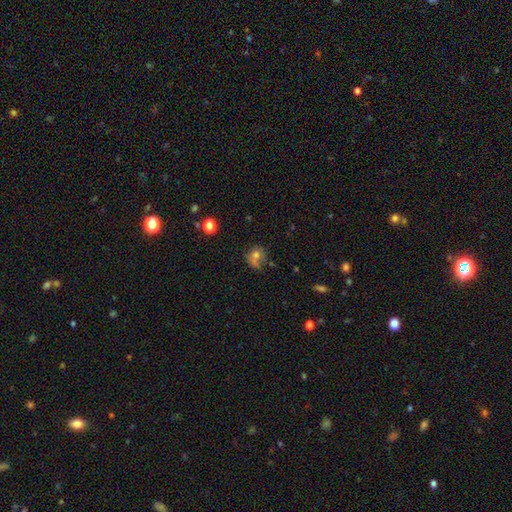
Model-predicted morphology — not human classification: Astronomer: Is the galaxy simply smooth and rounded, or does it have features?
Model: smooth — 63%.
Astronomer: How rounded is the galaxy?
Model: round — 70%.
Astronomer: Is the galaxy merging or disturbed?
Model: none — 45% (runner-up: minor disturbance, 24%).